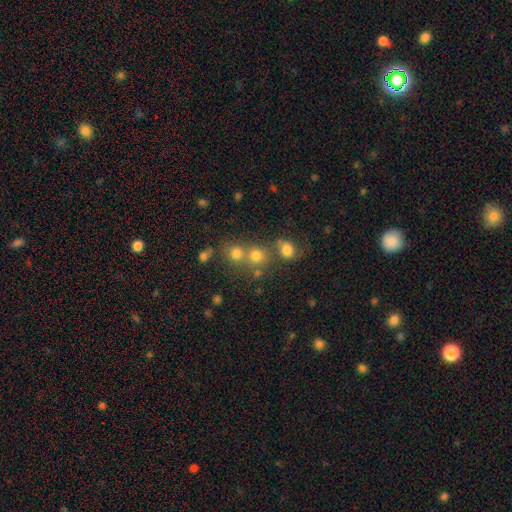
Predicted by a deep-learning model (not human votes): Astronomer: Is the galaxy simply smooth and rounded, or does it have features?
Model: smooth — 72%.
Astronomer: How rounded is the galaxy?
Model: round — 84%.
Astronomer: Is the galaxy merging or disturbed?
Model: none — 51% (runner-up: merger, 38%).